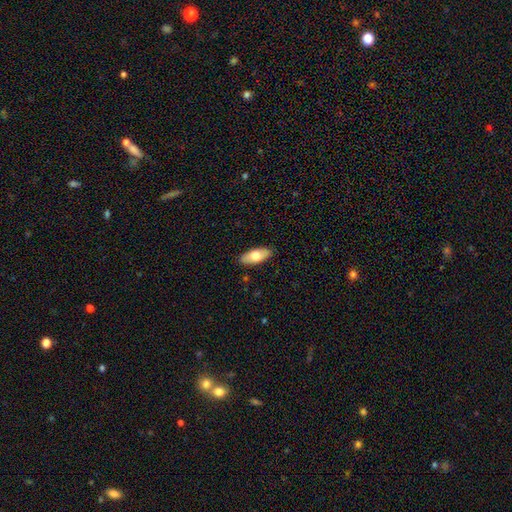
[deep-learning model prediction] This is likely a smooth galaxy (71%). How rounded: clearly in between (83%). Merging: clearly none (88%).